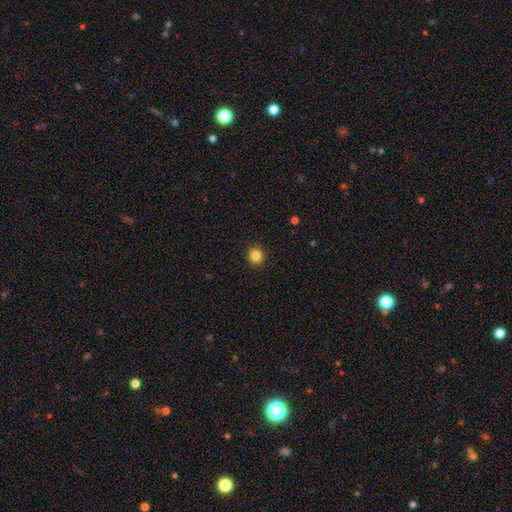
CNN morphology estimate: smooth 85%, star or artifact 11%, featured or disk 4%. Down the decision tree: how rounded — round (90%); merging — none (92%).